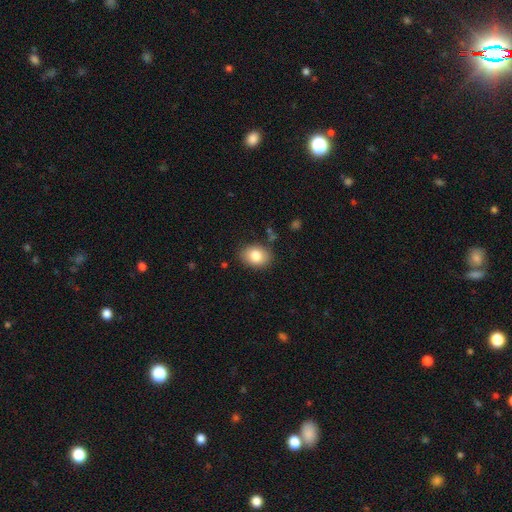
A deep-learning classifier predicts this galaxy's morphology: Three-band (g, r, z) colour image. It shows a smooth galaxy with no disk features (82%) that is in between round and cigar-shaped (65%). Merging: none (85%).